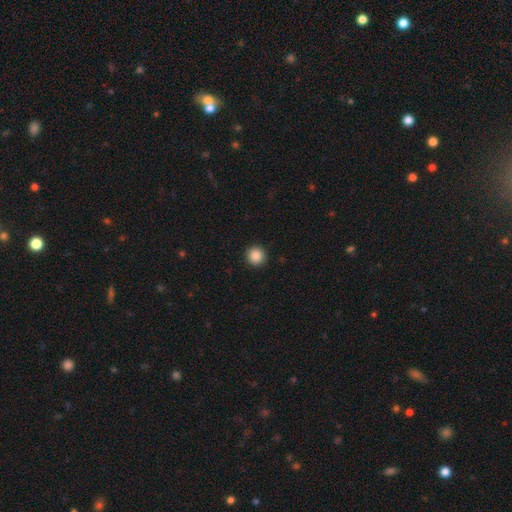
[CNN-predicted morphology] This appears to be a smooth galaxy with no disk features (88%) that is round (95%). Merging: none (93%).